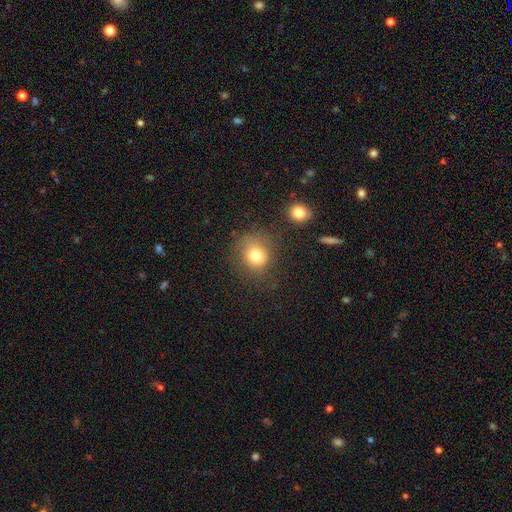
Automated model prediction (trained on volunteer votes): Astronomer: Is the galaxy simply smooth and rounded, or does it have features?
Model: smooth — 78%.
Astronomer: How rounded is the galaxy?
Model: round — 79%.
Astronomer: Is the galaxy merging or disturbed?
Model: none — 71%.